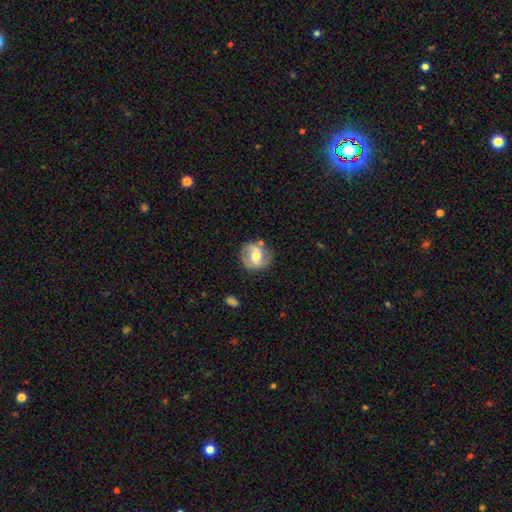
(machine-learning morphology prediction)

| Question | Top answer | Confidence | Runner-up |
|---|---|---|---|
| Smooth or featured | featured or disk | 66% | smooth (27%) |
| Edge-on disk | no | 97% | yes (3%) |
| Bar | weak | 44% | no (35%) |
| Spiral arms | yes | 87% | no (13%) |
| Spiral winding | medium | 45% | loose (32%) |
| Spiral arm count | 2 | 86% | can't tell (7%) |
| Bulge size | moderate | 66% | small (24%) |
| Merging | none | 75% | minor disturbance (15%) |